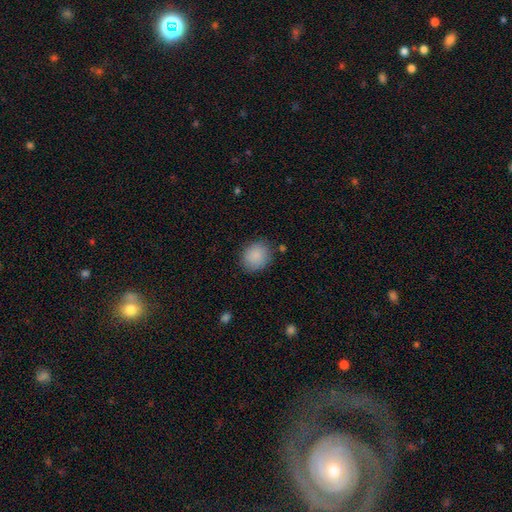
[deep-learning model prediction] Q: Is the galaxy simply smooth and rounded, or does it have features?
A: smooth — 88%.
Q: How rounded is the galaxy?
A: round — 64%.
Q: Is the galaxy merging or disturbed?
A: none — 83%.